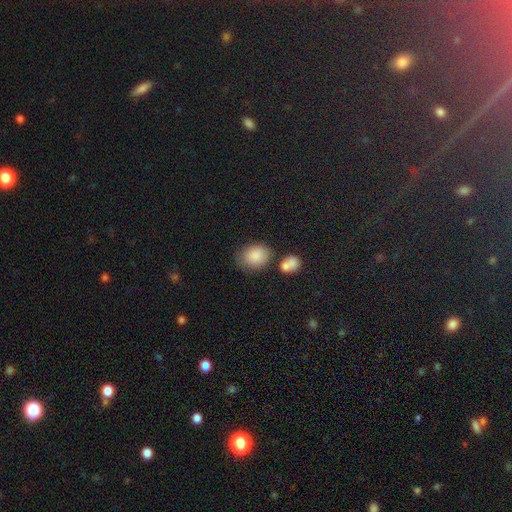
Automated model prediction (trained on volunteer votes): A smooth galaxy with no disk features (86%) that is in between round and cigar-shaped (57%).

Vote fractions:
- Smooth or featured? smooth: 86% / star or artifact: 8% / featured or disk: 5%
- How rounded? in between: 57% / round: 42% / cigar-shaped: 1%
- Merging? none: 65% / minor disturbance: 18% / merger: 12% / major disturbance: 5%